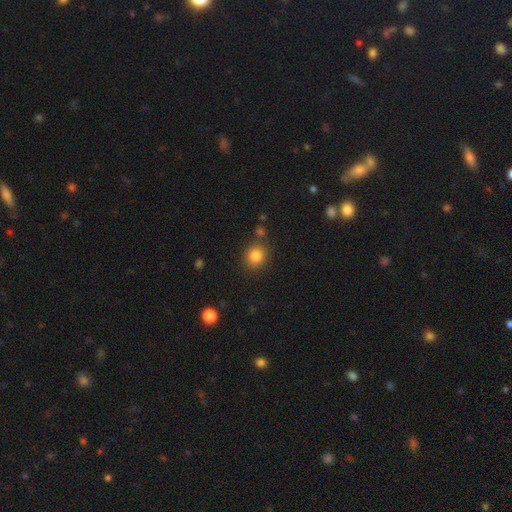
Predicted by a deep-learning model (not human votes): This appears to be a smooth galaxy with no disk features (83%) that is round (79%). Merging: none (81%).